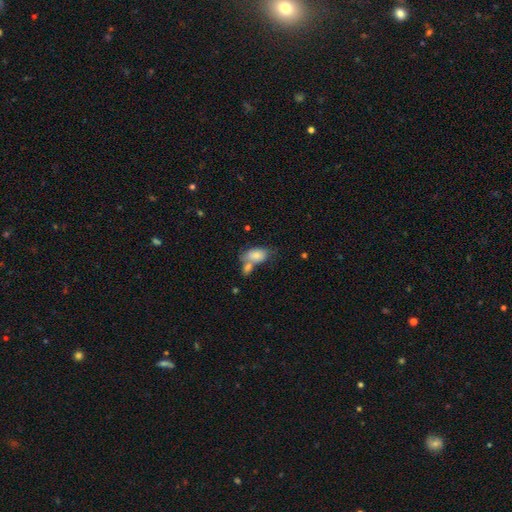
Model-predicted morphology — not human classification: Smooth or featured?
  - smooth: 79% *
  - featured or disk: 13%
  - star or artifact: 7%
How rounded?
  - in between: 90% *
  - round: 7%
  - cigar-shaped: 2%
Merging?
  - merger: 45% *
  - none: 34%
  - minor disturbance: 15%
  - major disturbance: 7%